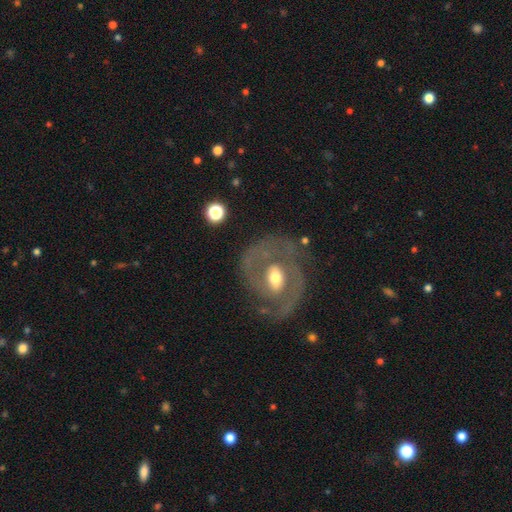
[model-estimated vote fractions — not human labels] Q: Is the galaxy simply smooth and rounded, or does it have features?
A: featured or disk — 83%.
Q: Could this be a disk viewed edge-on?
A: no — 97%.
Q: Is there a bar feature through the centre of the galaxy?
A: weak — 42%.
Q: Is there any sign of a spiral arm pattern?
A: yes — 87%.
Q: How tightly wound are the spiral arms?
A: tight — 48%.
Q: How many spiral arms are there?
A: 2 — 73%.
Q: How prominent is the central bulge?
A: moderate — 69%.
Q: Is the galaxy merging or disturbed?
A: none — 75%.